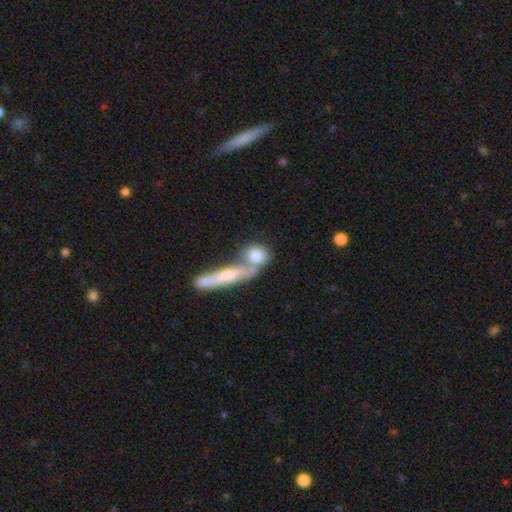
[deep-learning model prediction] smooth_or_featured: smooth (p=0.74) [alt: featured or disk p=0.18]
how_rounded: round (p=0.55) [alt: in between p=0.28]
merging: merger (p=0.43) [alt: none p=0.40]